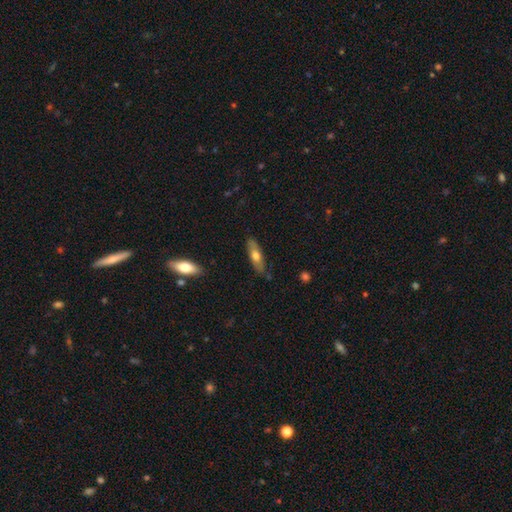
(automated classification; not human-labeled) Q: Smooth or featured?
A: smooth (57%); runner-up: featured or disk (37%)
Q: How rounded?
A: cigar-shaped (52%); runner-up: in between (46%)
Q: Merging?
A: none (84%); runner-up: minor disturbance (12%)